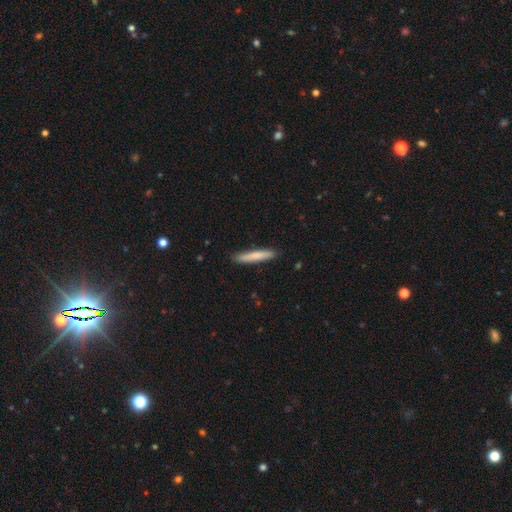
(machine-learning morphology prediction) Smooth or featured? smooth (77%)
How rounded? cigar-shaped (93%)
Merging? none (89%)